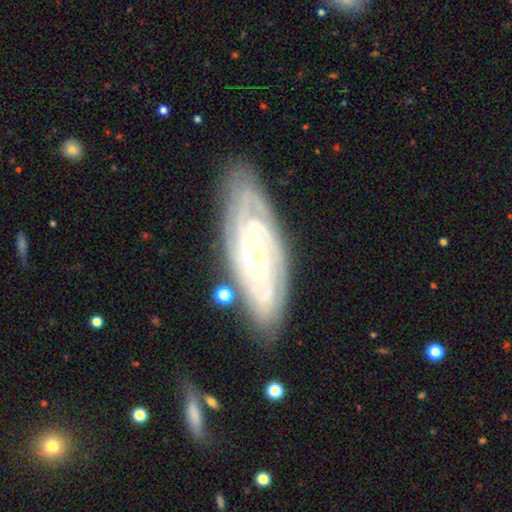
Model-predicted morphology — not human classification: featured or disk 87%, smooth 8%, star or artifact 5%. Down the decision tree: edge-on disk — no (90%); bar — no (63%); spiral arms — yes (97%); spiral arm count — 3 (27%); spiral winding — tight (77%); bulge size — moderate (55%); merging — none (79%).